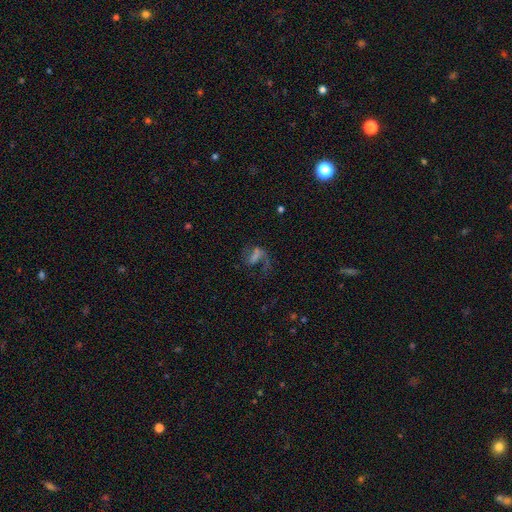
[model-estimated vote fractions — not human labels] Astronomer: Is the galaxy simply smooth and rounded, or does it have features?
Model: featured or disk — 55%.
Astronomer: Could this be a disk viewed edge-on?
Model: no — 94%.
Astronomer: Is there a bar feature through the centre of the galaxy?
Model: no — 39% (runner-up: weak, 34%).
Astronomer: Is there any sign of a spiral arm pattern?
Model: yes — 72%.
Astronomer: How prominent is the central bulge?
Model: none — 56%.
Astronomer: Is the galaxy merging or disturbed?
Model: none — 41% (runner-up: major disturbance, 39%).